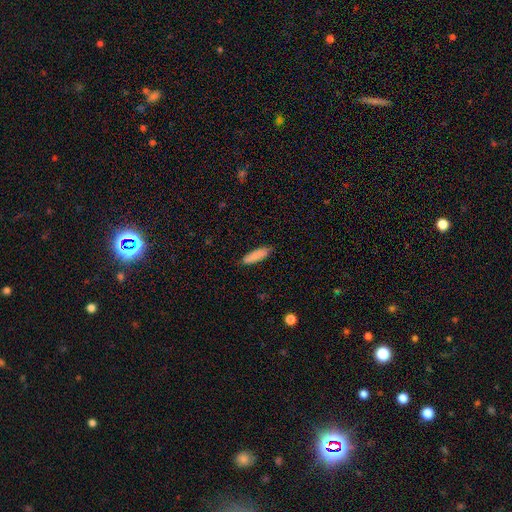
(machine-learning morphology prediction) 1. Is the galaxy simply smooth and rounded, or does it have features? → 87% smooth, 7% featured or disk, 6% star or artifact.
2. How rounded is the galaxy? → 59% cigar-shaped, 40% in between, 1% round.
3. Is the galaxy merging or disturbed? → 86% none, 11% minor disturbance, 2% major disturbance, 1% merger.